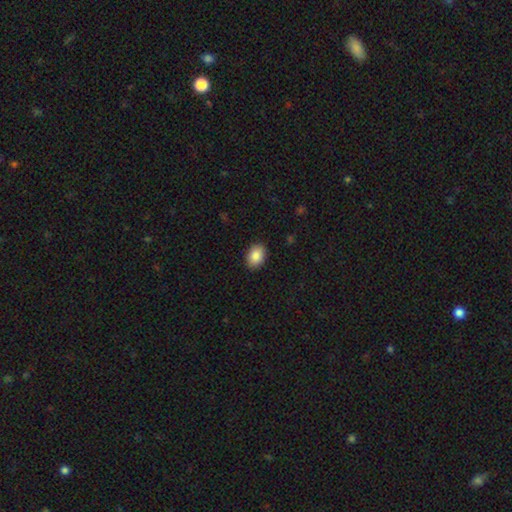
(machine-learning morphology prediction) The model was most divided on "how rounded": in between: 76%, round: 23%, cigar-shaped: 1%. More confident: merging — none (90%); smooth or featured — smooth (87%).